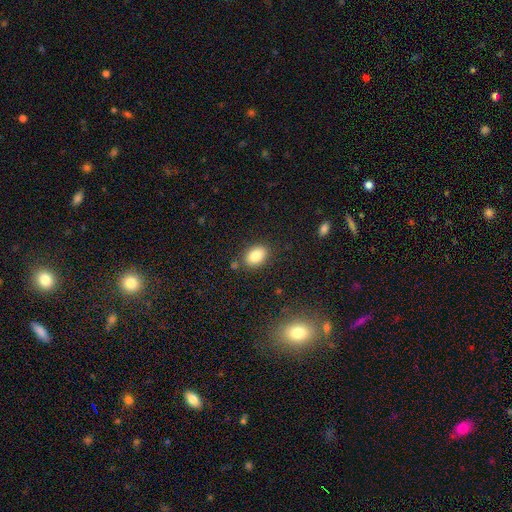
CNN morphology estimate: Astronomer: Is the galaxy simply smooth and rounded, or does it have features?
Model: smooth — 84%.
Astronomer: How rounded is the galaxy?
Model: in between — 81%.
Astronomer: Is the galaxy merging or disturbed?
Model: none — 82%.